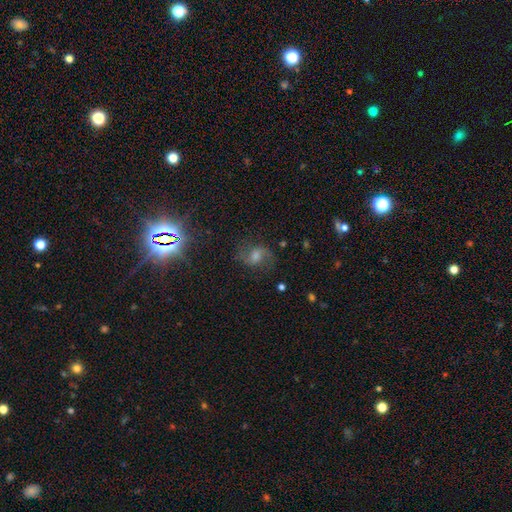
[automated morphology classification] Smooth or featured: featured or disk — 57% (smooth — 22%)
Edge-on disk: no — 96% (yes — 4%)
Bar: weak — 48% (no — 33%)
Spiral arms: yes — 90% (no — 10%)
Bulge size: moderate — 45% (small — 28%)
Merging: none — 72% (minor disturbance — 16%)